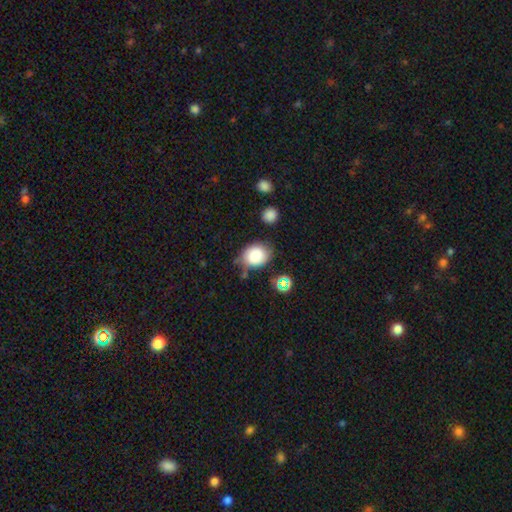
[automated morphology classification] type=smooth (82%); roundness=in between (54%); merging=none (65%).